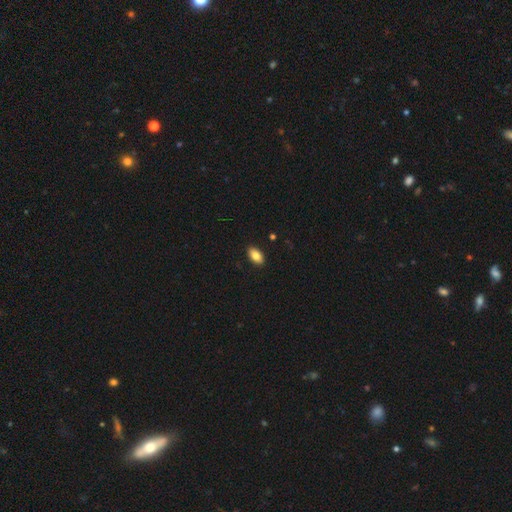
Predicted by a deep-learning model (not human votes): Smooth or featured: smooth — 83% (featured or disk — 9%)
How rounded: in between — 92% (round — 4%)
Merging: none — 90% (minor disturbance — 7%)